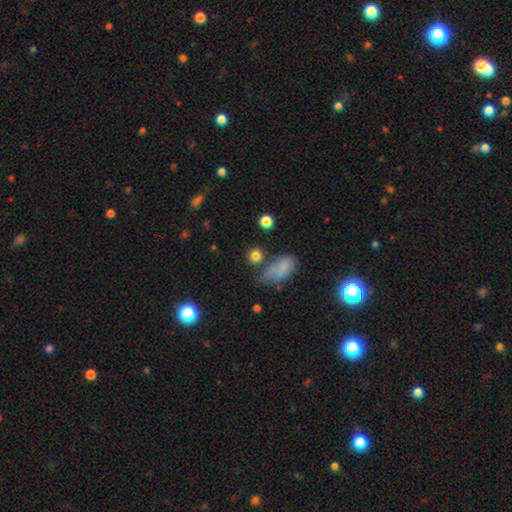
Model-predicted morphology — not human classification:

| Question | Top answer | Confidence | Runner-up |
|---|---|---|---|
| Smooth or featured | smooth | 82% | star or artifact (12%) |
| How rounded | round | 79% | in between (18%) |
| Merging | none | 70% | minor disturbance (13%) |